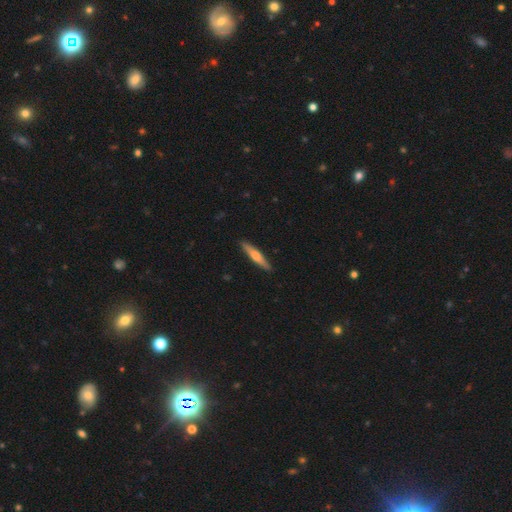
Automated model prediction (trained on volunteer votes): A featured or disk galaxy (50%).

Vote fractions:
- Smooth or featured? featured or disk: 50% / smooth: 45% / star or artifact: 5%
- Merging? none: 91% / minor disturbance: 6% / major disturbance: 1% / merger: 1%